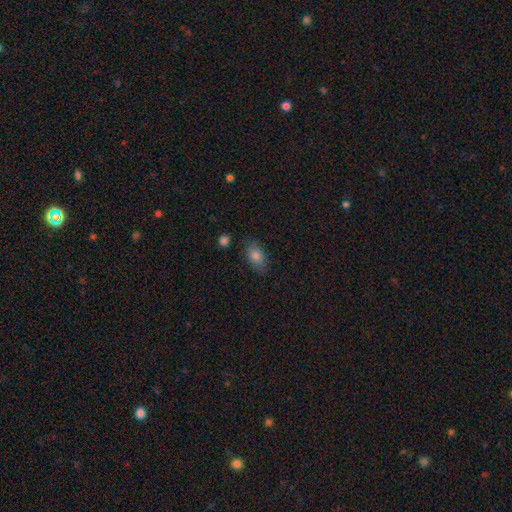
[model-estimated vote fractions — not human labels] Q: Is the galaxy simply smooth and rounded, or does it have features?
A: smooth — 80%.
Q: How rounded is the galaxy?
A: in between — 89%.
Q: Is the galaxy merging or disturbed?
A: none — 81%.